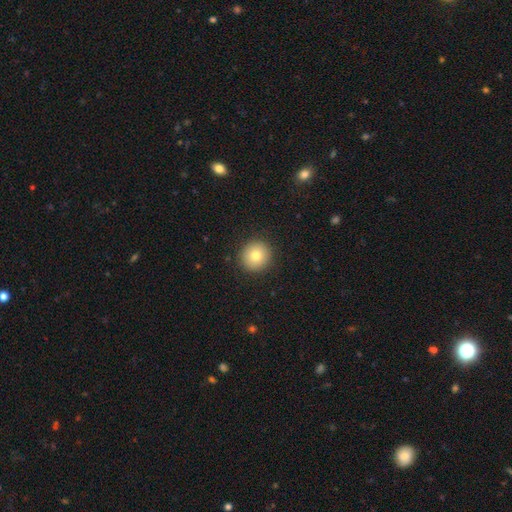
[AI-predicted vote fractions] smooth_or_featured: smooth (p=0.78) [alt: featured or disk p=0.11]
how_rounded: round (p=0.94) [alt: in between p=0.05]
merging: none (p=0.92) [alt: minor disturbance p=0.05]